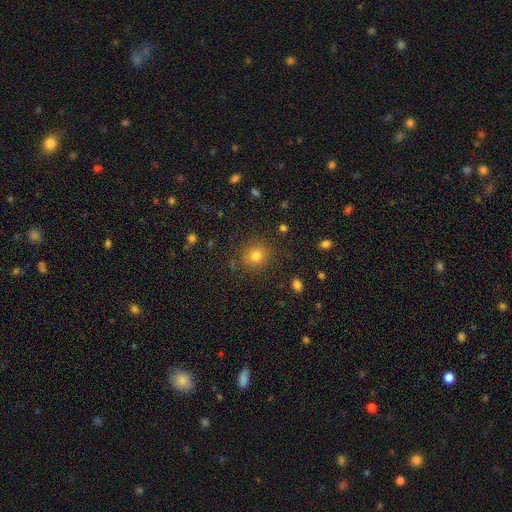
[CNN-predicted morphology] smooth_or_featured: smooth (p=0.77) [alt: star or artifact p=0.16]
how_rounded: round (p=0.86) [alt: in between p=0.13]
merging: none (p=0.86) [alt: minor disturbance p=0.09]